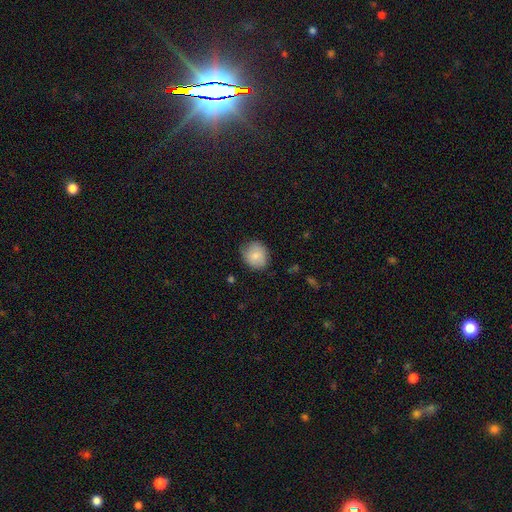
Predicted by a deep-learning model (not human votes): Morphology: type=smooth (81%); roundness=round (75%); merging=none (74%).